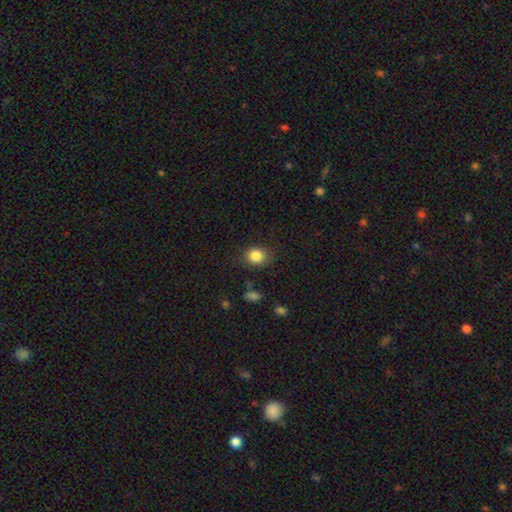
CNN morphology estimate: Smooth or featured? smooth (84%)
How rounded? round (70%)
Merging? none (79%)